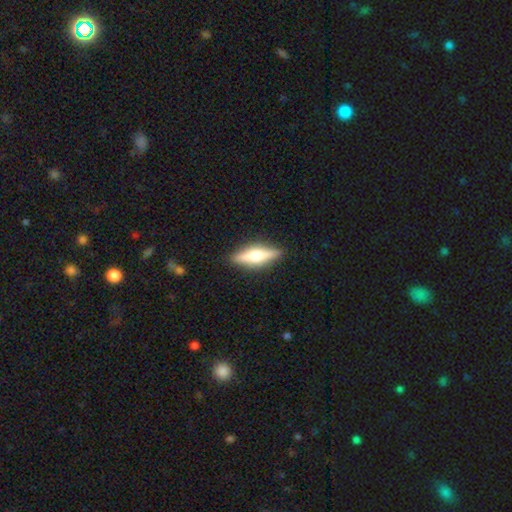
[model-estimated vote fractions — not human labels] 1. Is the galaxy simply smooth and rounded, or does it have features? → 56% featured or disk, 38% smooth, 6% star or artifact.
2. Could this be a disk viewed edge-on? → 94% yes, 6% no.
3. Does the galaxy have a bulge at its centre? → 90% rounded, 7% boxy, 3% none.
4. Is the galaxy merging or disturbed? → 89% none, 8% minor disturbance, 2% major disturbance, 1% merger.